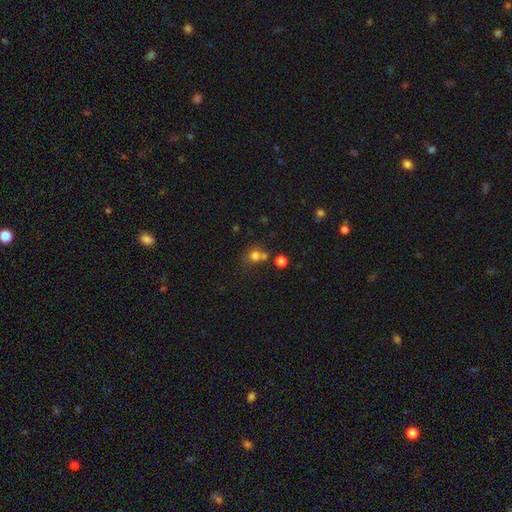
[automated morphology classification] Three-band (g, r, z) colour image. It shows a smooth galaxy with no disk features (75%) that is round (81%). Merging: none (55%).